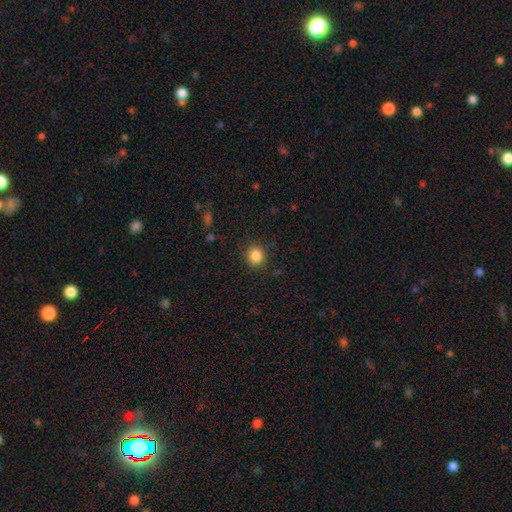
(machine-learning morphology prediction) smooth-or-featured: smooth: 86% | star or artifact: 10% | featured or disk: 4%
  how-rounded: round: 84% | in between: 15% | cigar-shaped: 1%
  merging: none: 88% | minor disturbance: 8% | major disturbance: 3% | merger: 1%